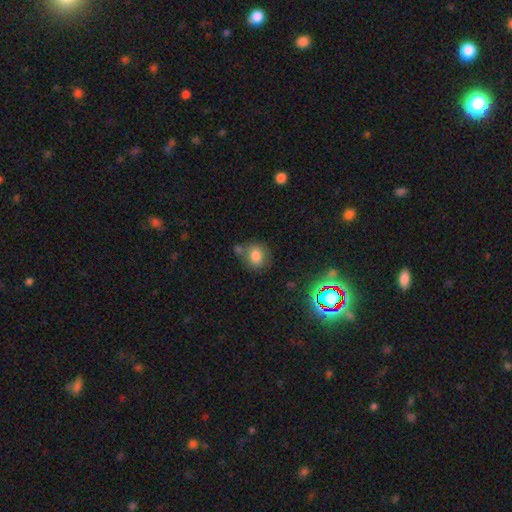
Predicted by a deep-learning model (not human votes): Smooth or featured: smooth — 78% (star or artifact — 13%)
How rounded: round — 73% (in between — 26%)
Merging: none — 62% (merger — 16%)